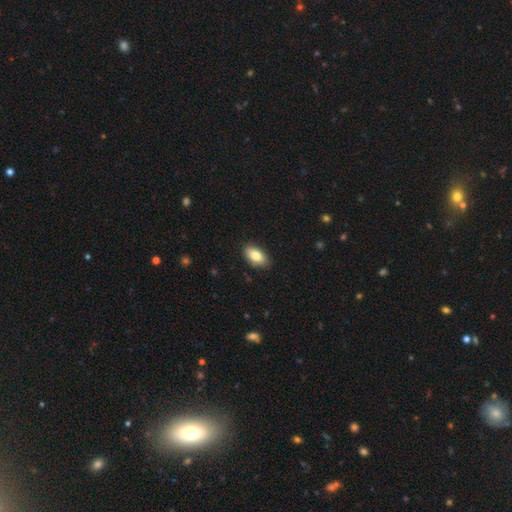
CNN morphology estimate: This appears to be a smooth galaxy with no disk features (81%) that is in between round and cigar-shaped (92%). Merging: none (86%).